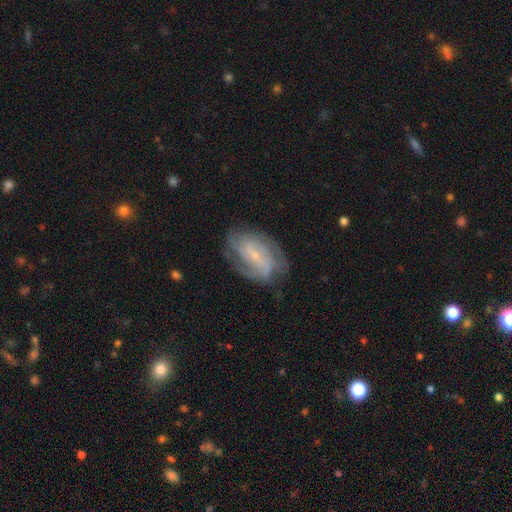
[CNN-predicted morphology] Overall: featured or disk (82%). Edge-on disk: no (97%). Bar: weak (43%; no 40%). Spiral arms: yes (93%). Spiral arm count: 2 (37%; can't tell 28%). Spiral winding: tight (46%; medium 41%). Bulge size: small (79%). Merging: none (70%).